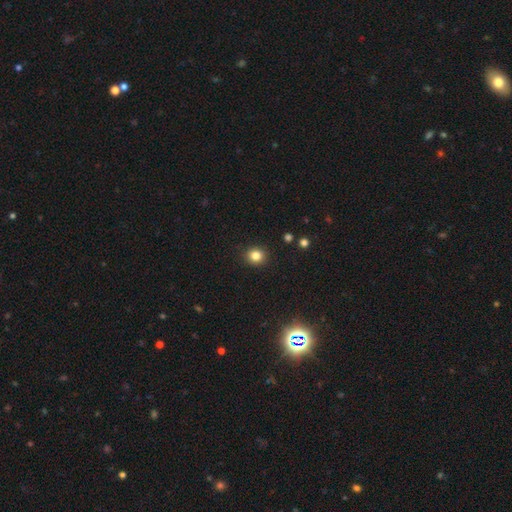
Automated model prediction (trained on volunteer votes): Smooth or featured? Predicted: smooth (p=0.83). How rounded? Predicted: round (p=0.85). Merging? Predicted: none (p=0.91).